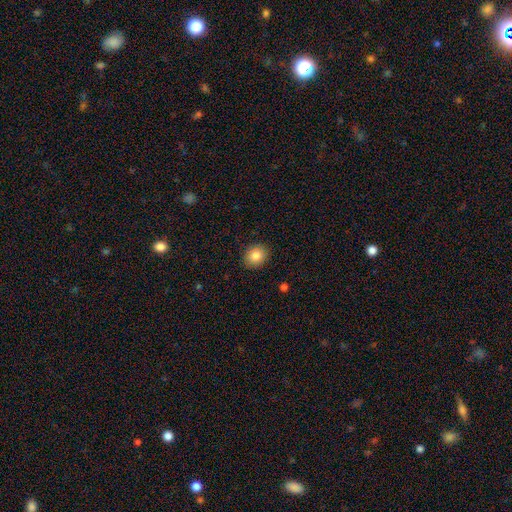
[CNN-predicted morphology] Overall: smooth (84%). How rounded: round (66%; in between 33%). Merging: none (89%).